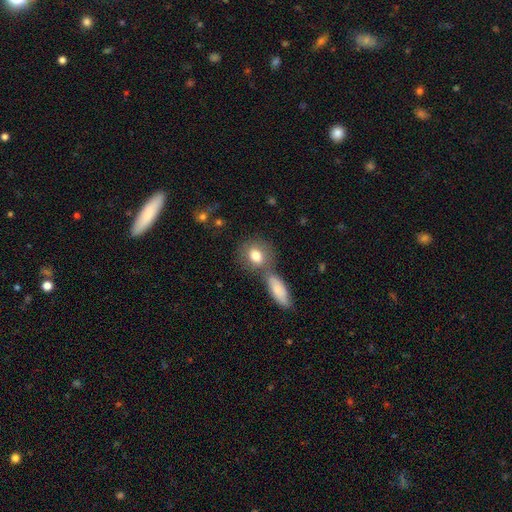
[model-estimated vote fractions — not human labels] A smooth galaxy with no disk features (79%) that is round (52%). Merging: none (53%).